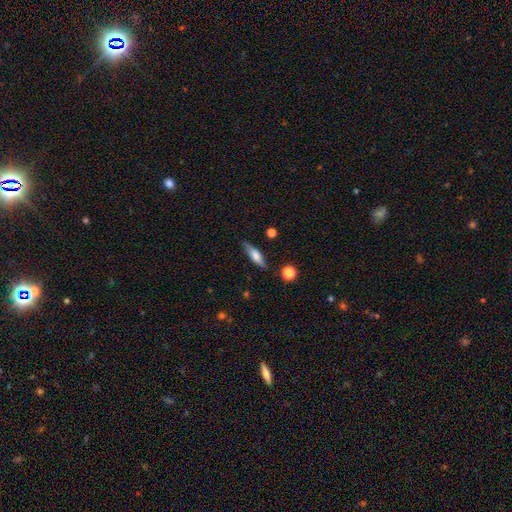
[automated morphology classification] Q: Smooth or featured?
A: smooth (60%); runner-up: featured or disk (33%)
Q: How rounded?
A: cigar-shaped (60%); runner-up: in between (37%)
Q: Merging?
A: none (82%); runner-up: minor disturbance (13%)